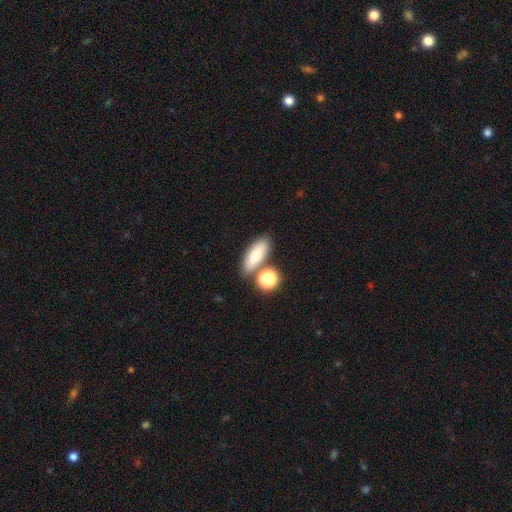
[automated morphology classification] Smooth or featured? Predicted: smooth (p=0.78). How rounded? Predicted: in between (p=0.64). Merging? Predicted: none (p=0.69).